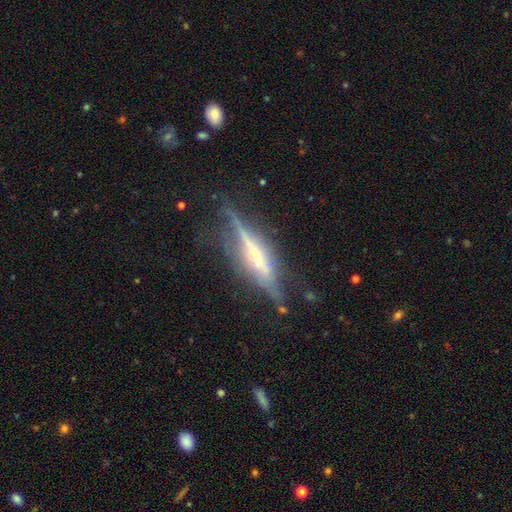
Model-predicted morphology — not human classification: Smooth or featured: featured or disk — 79% (smooth — 14%)
Edge-on disk: yes — 93% (no — 7%)
Edge-on bulge: rounded — 45% (none — 29%)
Merging: none — 68% (minor disturbance — 22%)